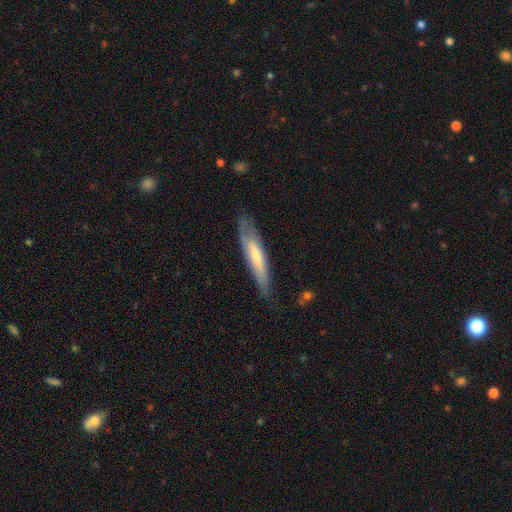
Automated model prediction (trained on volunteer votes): Morphology: type=smooth (57%); roundness=cigar-shaped (86%); merging=none (74%).